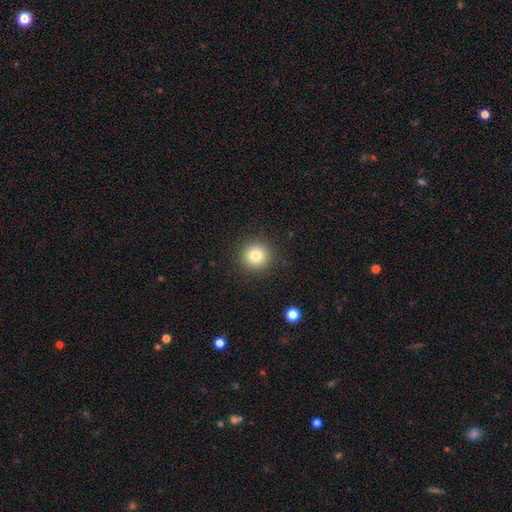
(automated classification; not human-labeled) A smooth galaxy with no disk features (81%) that is round (95%). Merging: none (91%).